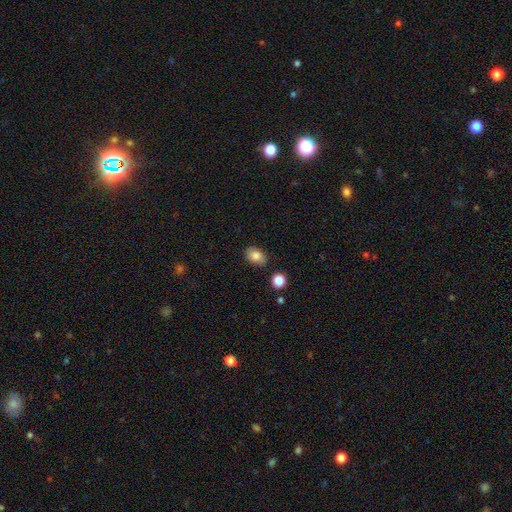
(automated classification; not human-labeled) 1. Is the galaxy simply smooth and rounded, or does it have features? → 81% smooth, 10% featured or disk, 9% star or artifact.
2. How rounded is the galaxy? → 73% in between, 26% round, 1% cigar-shaped.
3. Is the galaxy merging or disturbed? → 80% none, 14% minor disturbance, 3% major disturbance, 3% merger.